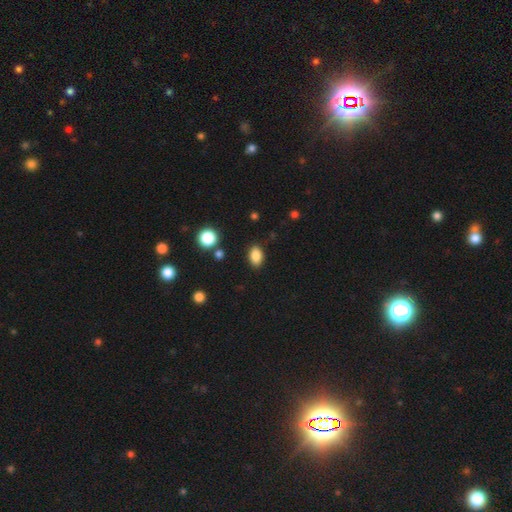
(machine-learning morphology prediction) smooth-or-featured: smooth: 86% | star or artifact: 10% | featured or disk: 5%
  how-rounded: in between: 84% | round: 15% | cigar-shaped: 1%
  merging: none: 86% | minor disturbance: 9% | major disturbance: 2% | merger: 2%